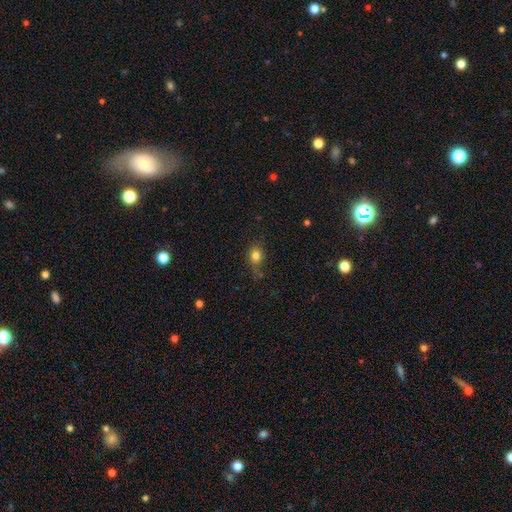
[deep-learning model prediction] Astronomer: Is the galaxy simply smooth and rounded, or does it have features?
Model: smooth — 80%.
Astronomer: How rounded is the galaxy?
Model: round — 58% (runner-up: in between, 40%).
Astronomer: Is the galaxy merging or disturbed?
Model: none — 65%.